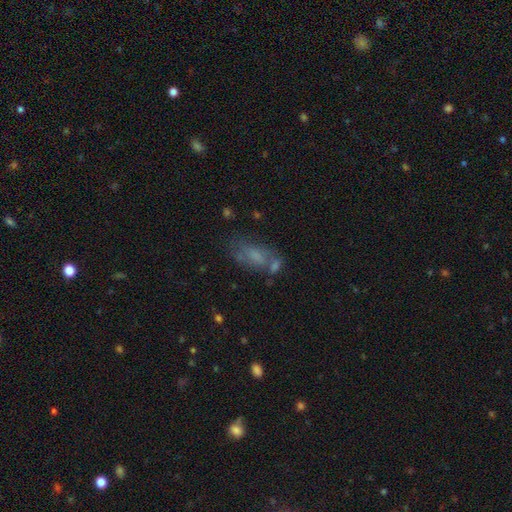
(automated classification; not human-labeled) smooth 52%, featured or disk 31%, star or artifact 17%. Down the decision tree: how rounded — in between (79%); merging — none (43%).